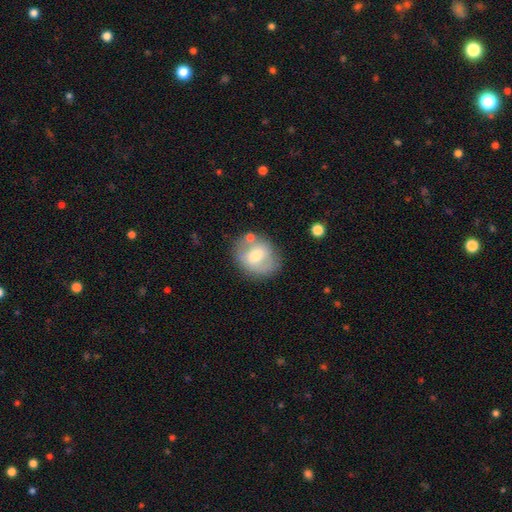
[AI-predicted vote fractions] Smooth or featured: smooth — 56% (featured or disk — 36%)
How rounded: round — 58% (in between — 41%)
Merging: none — 69% (minor disturbance — 17%)